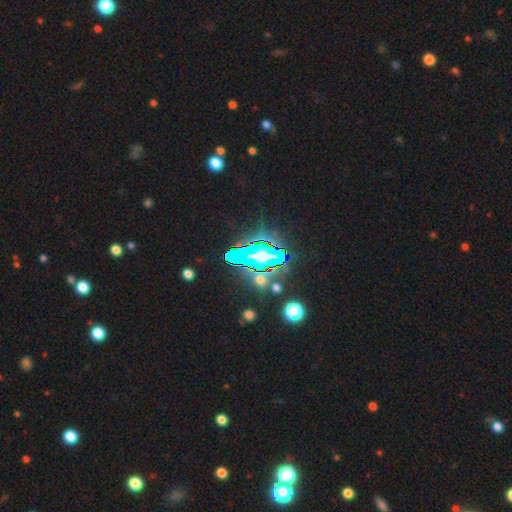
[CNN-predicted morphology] smooth_or_featured: star or artifact (p=0.59) [alt: smooth p=0.23]